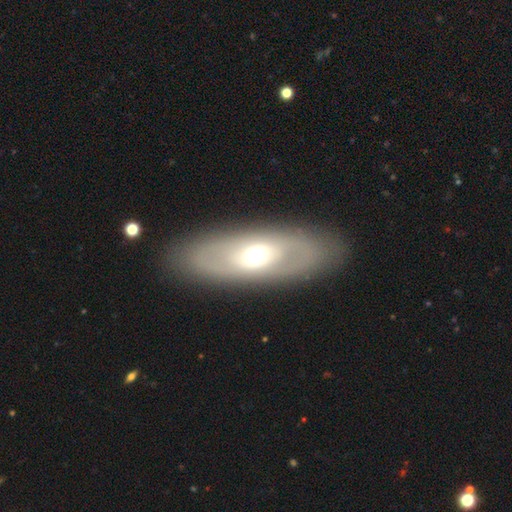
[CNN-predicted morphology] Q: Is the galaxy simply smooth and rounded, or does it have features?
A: featured or disk — 55%.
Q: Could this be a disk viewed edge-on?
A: no — 78%.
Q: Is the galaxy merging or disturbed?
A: none — 87%.